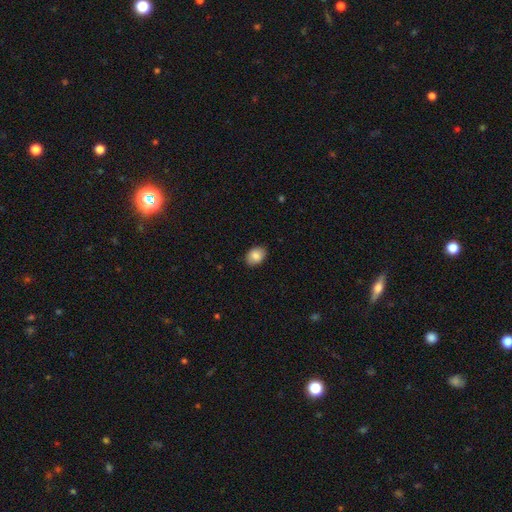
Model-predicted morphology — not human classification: This appears to be a smooth galaxy with no disk features (87%) that is in between round and cigar-shaped (71%). Merging: none (88%).